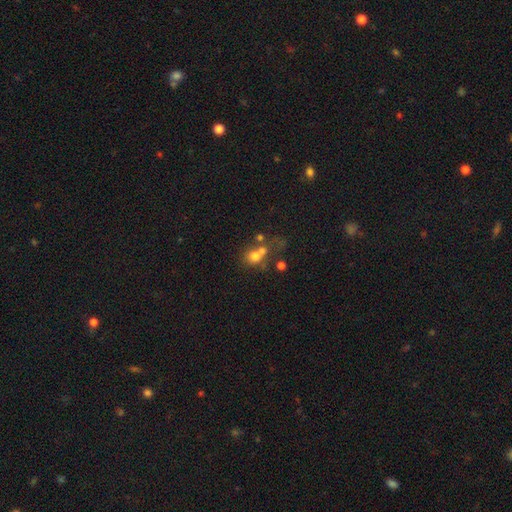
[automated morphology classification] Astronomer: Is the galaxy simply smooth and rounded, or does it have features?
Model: smooth — 66%.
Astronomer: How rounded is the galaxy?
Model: round — 78%.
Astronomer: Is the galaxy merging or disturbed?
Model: merger — 49% (runner-up: none, 34%).